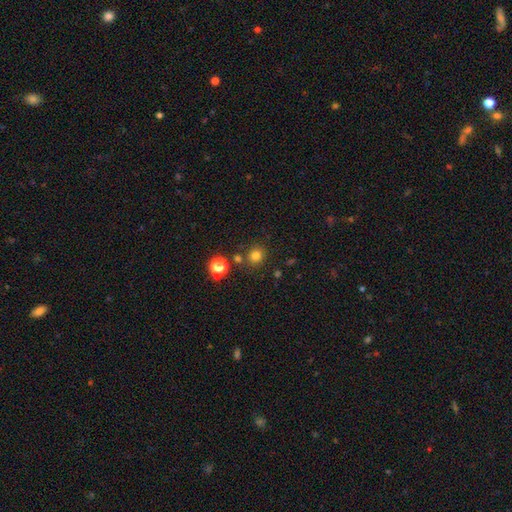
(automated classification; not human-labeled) Overall: smooth (77%). How rounded: round (88%). Merging: none (81%).